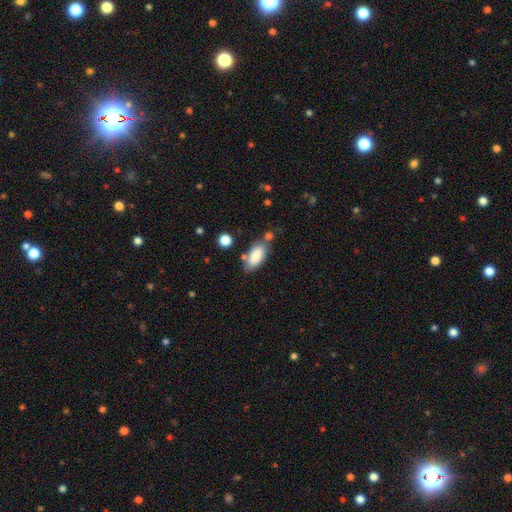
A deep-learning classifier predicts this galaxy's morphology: Smooth or featured? smooth (85%)
How rounded? in between (87%)
Merging? none (64%)